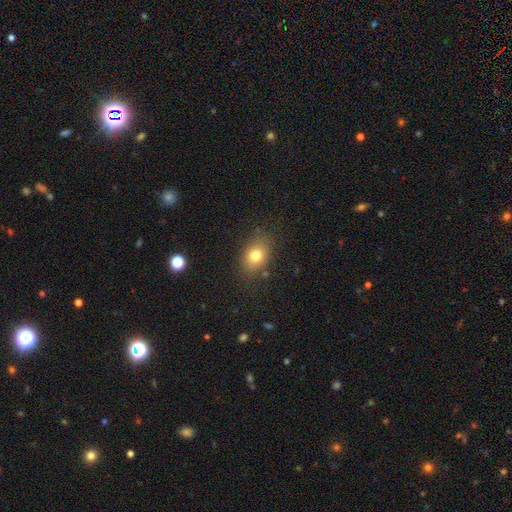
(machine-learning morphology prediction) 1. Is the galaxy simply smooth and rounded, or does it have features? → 77% smooth, 12% star or artifact, 11% featured or disk.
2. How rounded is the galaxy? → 64% in between, 34% round, 1% cigar-shaped.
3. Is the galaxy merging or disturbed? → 80% none, 14% minor disturbance, 5% major disturbance, 2% merger.